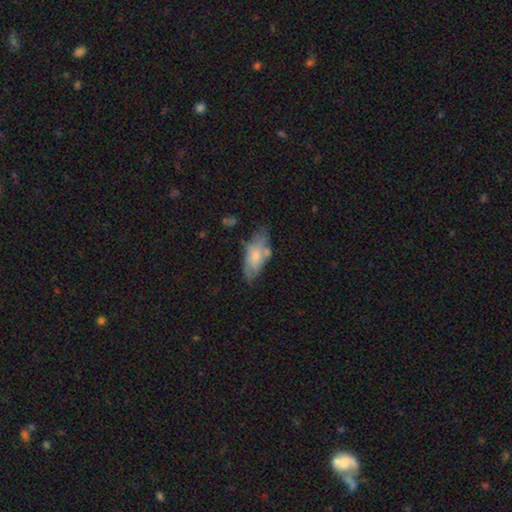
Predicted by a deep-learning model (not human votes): Smooth or featured?
  - smooth: 61% *
  - featured or disk: 33%
  - star or artifact: 6%
How rounded?
  - in between: 83% *
  - cigar-shaped: 14%
  - round: 3%
Merging?
  - none: 50% *
  - minor disturbance: 29%
  - merger: 12%
  - major disturbance: 10%